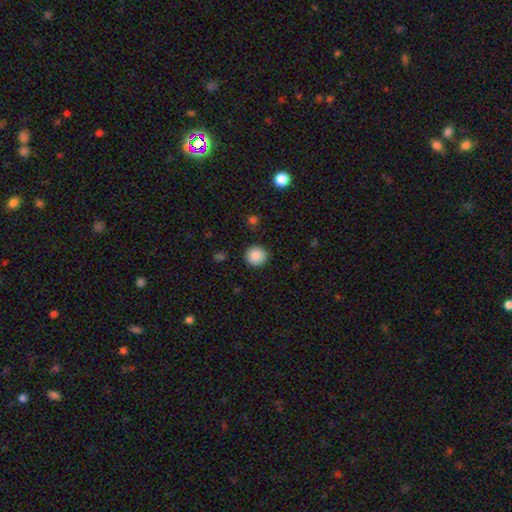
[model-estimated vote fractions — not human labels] Q: Smooth or featured?
A: smooth (87%); runner-up: star or artifact (9%)
Q: How rounded?
A: round (94%); runner-up: in between (5%)
Q: Merging?
A: none (91%); runner-up: minor disturbance (6%)